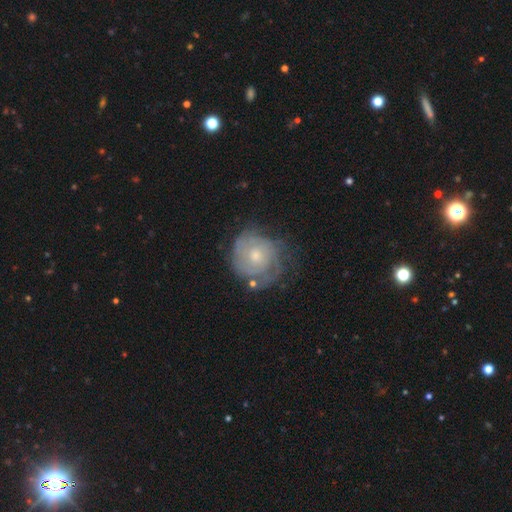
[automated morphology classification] A featured or disk galaxy (73%) with no bar (77%), tight (72%) spiral arms (87%) and a moderate central bulge (52%). Merging: none (63%).